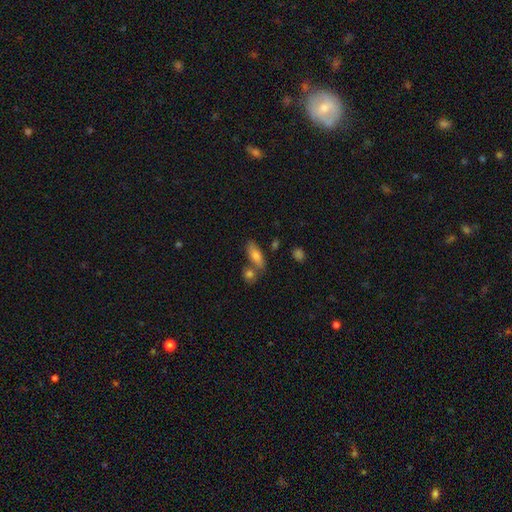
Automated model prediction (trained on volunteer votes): Smooth or featured?
  - smooth: 75% *
  - featured or disk: 17%
  - star or artifact: 7%
How rounded?
  - in between: 70% *
  - cigar-shaped: 26%
  - round: 4%
Merging?
  - none: 58% *
  - merger: 23%
  - minor disturbance: 14%
  - major disturbance: 4%